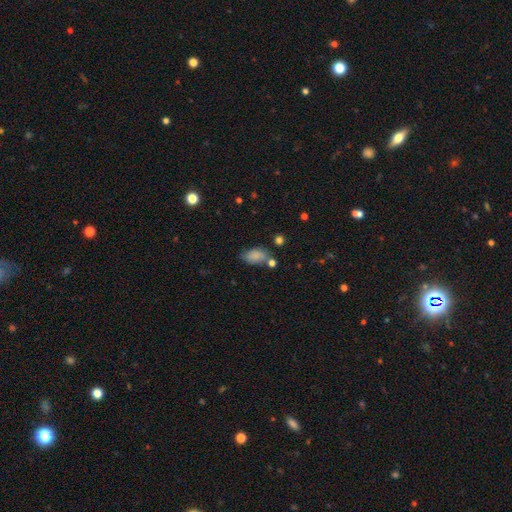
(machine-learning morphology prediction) The model was most divided on "merging": none: 58%, minor disturbance: 23%, merger: 12%, major disturbance: 7%. More confident: how rounded — in between (90%); smooth or featured — smooth (81%).